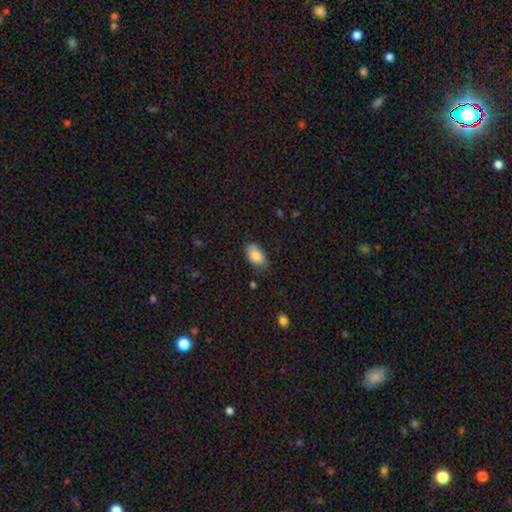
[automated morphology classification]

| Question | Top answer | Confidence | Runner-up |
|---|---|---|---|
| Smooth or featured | smooth | 83% | featured or disk (9%) |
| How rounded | in between | 92% | round (6%) |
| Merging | none | 65% | minor disturbance (28%) |